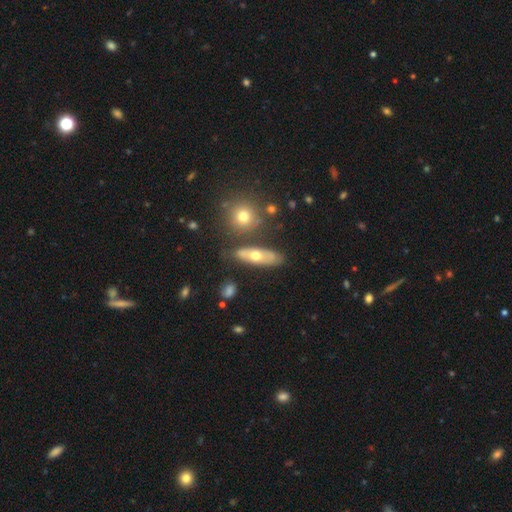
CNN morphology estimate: smooth 50%, featured or disk 42%, star or artifact 8%. Down the decision tree: how rounded — in between (60%); merging — none (72%).